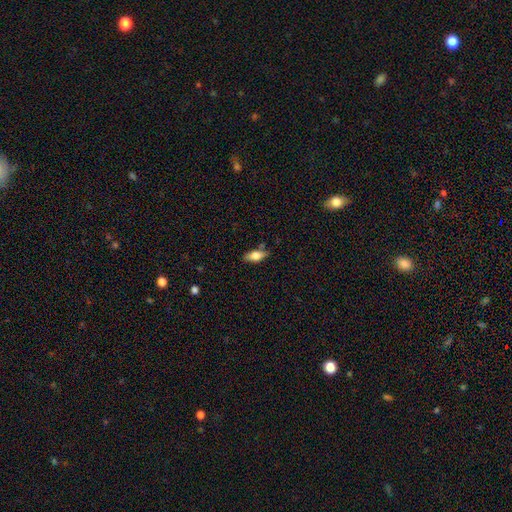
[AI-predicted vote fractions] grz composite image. It shows a smooth galaxy with no disk features (67%) that is in between round and cigar-shaped (79%). Merging: none (75%).